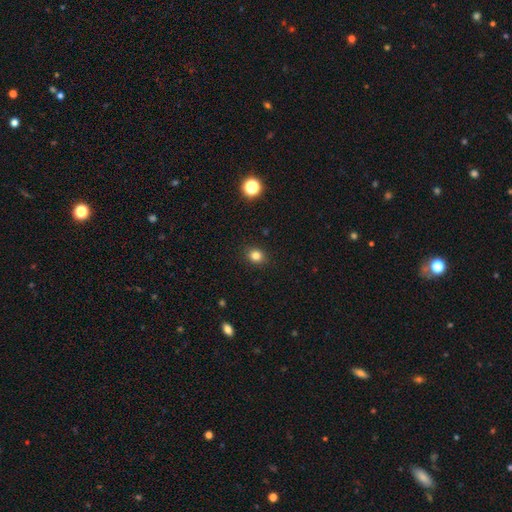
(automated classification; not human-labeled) The model was most divided on "how rounded": round: 70%, in between: 29%, cigar-shaped: 1%. More confident: merging — none (90%); smooth or featured — smooth (82%).